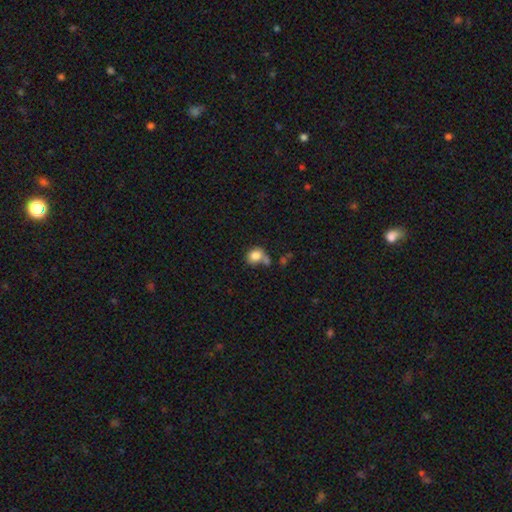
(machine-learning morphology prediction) smooth 83%, star or artifact 9%, featured or disk 9%. Down the decision tree: how rounded — round (62%); merging — none (42%).